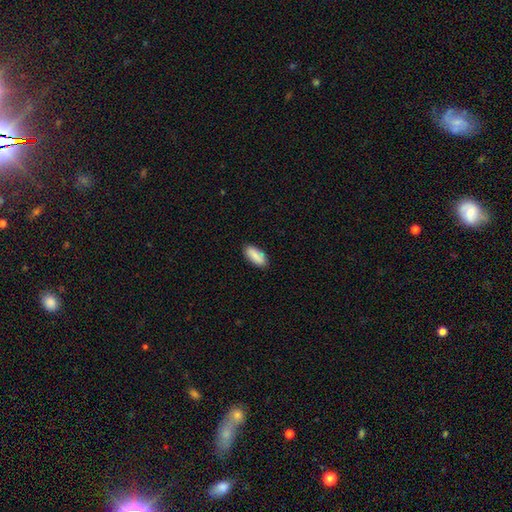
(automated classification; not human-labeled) The model was most divided on "how rounded": in between: 82%, cigar-shaped: 16%, round: 2%. More confident: merging — none (85%); smooth or featured — smooth (85%).